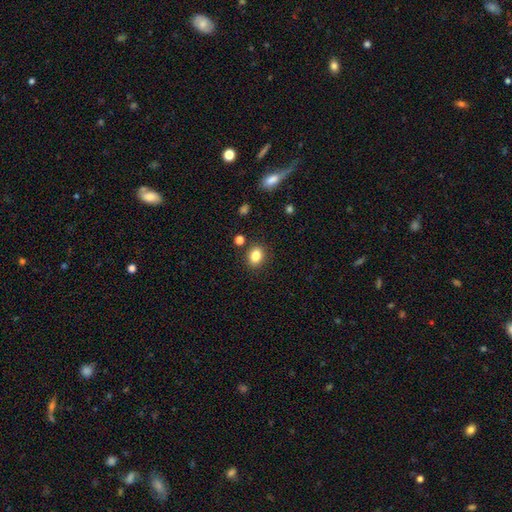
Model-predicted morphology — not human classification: A smooth galaxy with no disk features (84%) that is in between round and cigar-shaped (53%).

Vote fractions:
- Smooth or featured? smooth: 84% / star or artifact: 11% / featured or disk: 6%
- How rounded? in between: 53% / round: 46% / cigar-shaped: 1%
- Merging? none: 85% / minor disturbance: 9% / merger: 4% / major disturbance: 3%